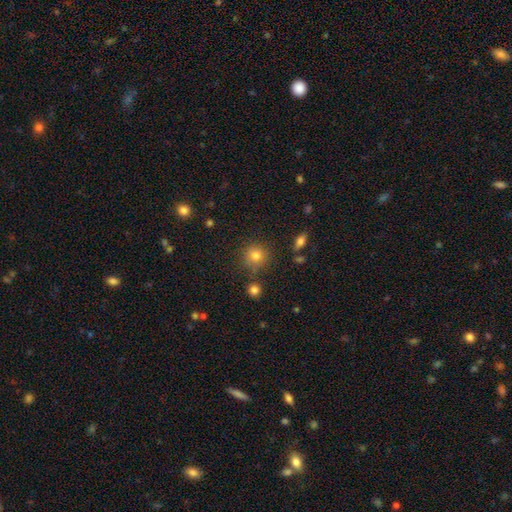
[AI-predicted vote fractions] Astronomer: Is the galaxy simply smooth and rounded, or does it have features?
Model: smooth — 80%.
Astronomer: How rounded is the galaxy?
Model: round — 91%.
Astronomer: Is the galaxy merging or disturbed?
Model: none — 83%.